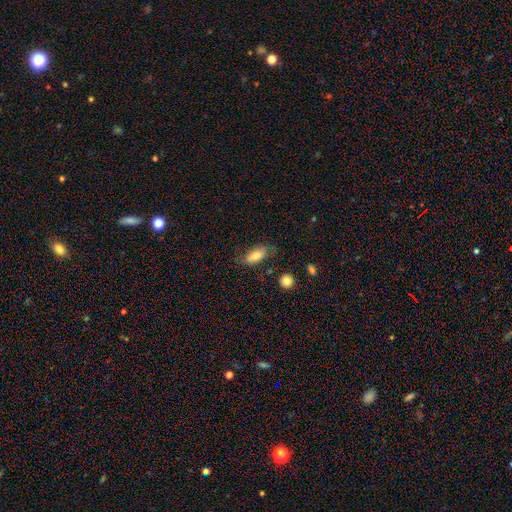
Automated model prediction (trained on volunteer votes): smooth_or_featured: smooth (p=0.73) [alt: featured or disk p=0.20]
how_rounded: in between (p=0.87) [alt: cigar-shaped p=0.10]
merging: none (p=0.68) [alt: minor disturbance p=0.22]